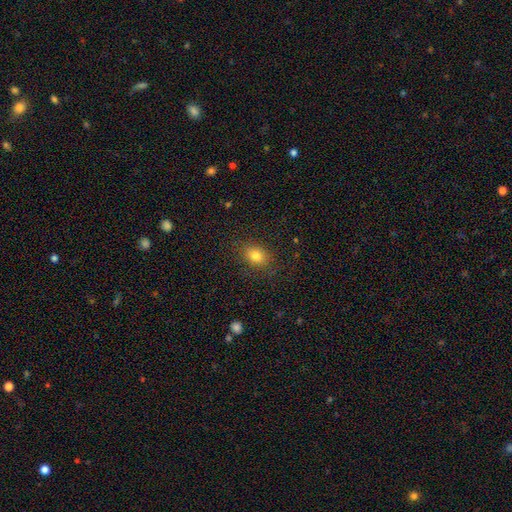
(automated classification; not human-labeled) Morphology: type=smooth (80%); roundness=in between (60%); merging=none (86%).